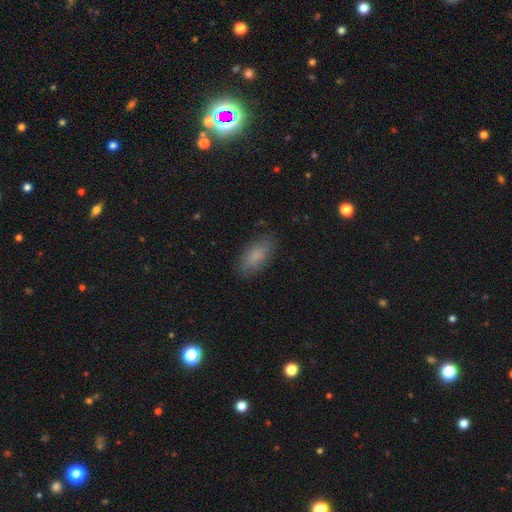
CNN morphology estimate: Smooth or featured: smooth — 82% (featured or disk — 10%)
How rounded: in between — 89% (cigar-shaped — 8%)
Merging: none — 84% (minor disturbance — 12%)